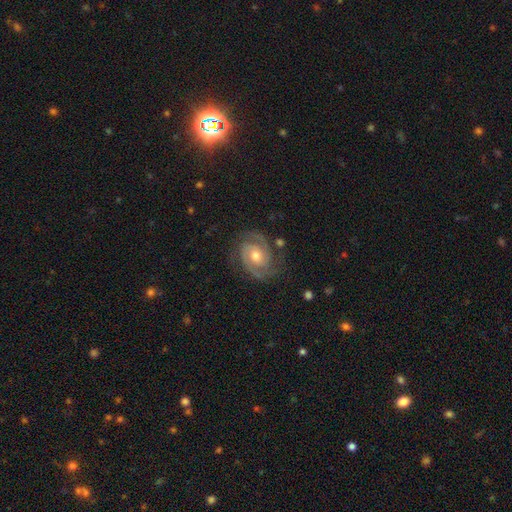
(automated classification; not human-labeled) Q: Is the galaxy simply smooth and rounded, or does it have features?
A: featured or disk — 90%.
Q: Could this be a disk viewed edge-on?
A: no — 98%.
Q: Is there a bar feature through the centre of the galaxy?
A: no — 61%.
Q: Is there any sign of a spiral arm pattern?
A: yes — 98%.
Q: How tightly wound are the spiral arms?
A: tight — 56%.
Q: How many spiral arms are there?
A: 2 — 90%.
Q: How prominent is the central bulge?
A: moderate — 70%.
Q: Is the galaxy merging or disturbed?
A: none — 80%.